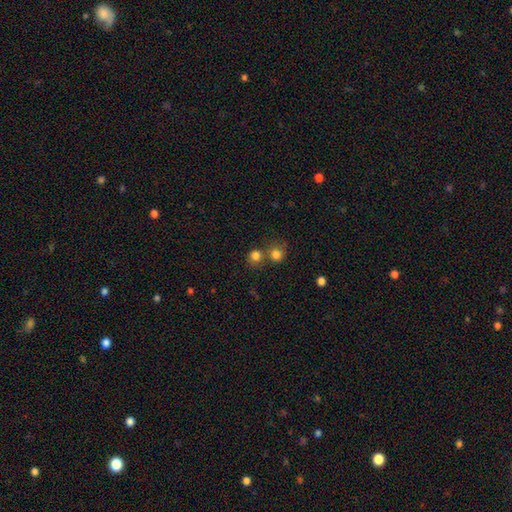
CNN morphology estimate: The model was most divided on "merging": none: 56%, merger: 34%, minor disturbance: 7%, major disturbance: 3%. More confident: how rounded — round (87%); smooth or featured — smooth (79%).